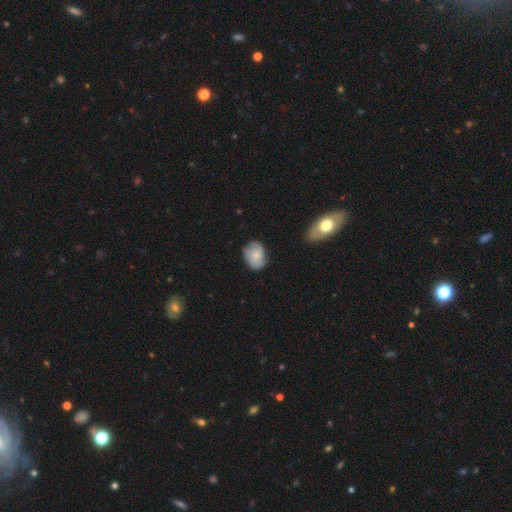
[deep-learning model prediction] This is possibly a smooth galaxy (53%). How rounded: likely in between (62%). Merging: likely none (66%).